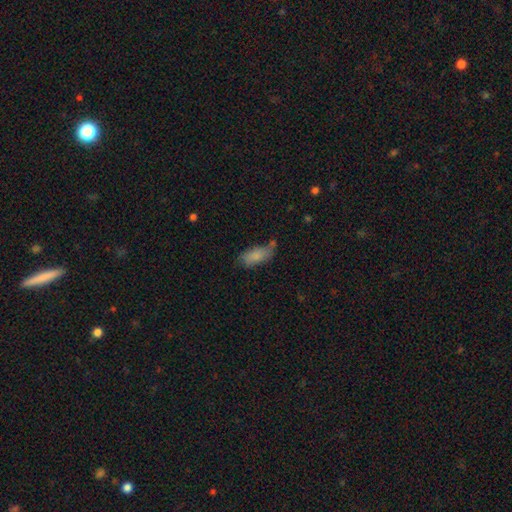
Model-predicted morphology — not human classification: Smooth or featured? smooth (83%)
How rounded? in between (86%)
Merging? none (47%)